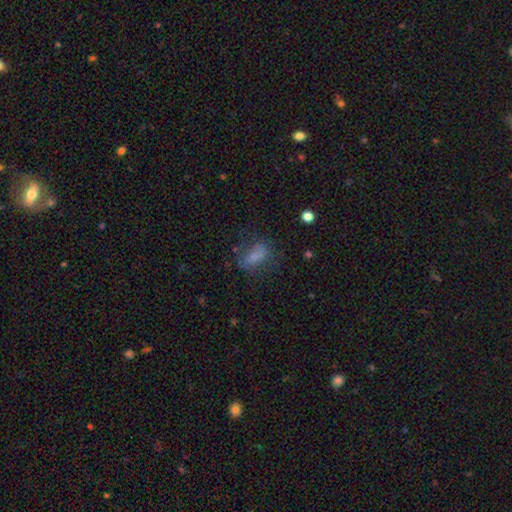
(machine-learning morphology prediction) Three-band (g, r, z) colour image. It shows a smooth galaxy with no disk features (70%) that is in between round and cigar-shaped (81%). Merging: none (56%).